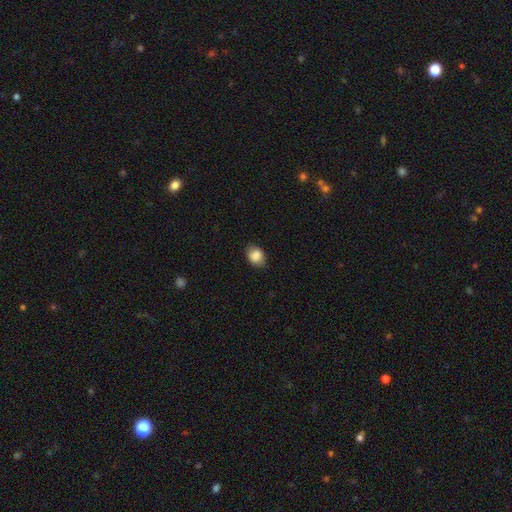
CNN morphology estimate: smooth 86%, star or artifact 8%, featured or disk 6%. Down the decision tree: how rounded — in between (63%); merging — none (81%).